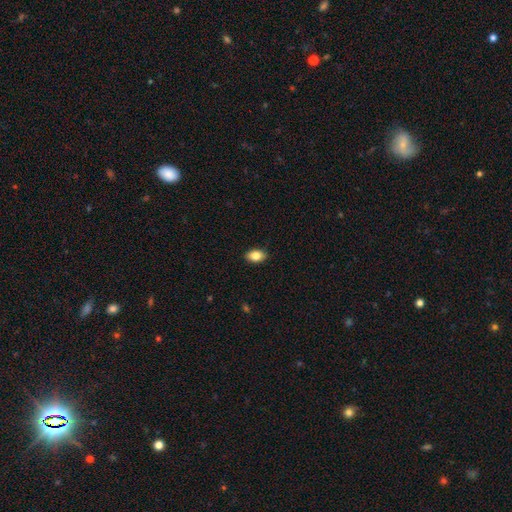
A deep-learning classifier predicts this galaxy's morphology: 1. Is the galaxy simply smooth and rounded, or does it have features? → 84% smooth, 8% featured or disk, 8% star or artifact.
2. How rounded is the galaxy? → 89% in between, 9% round, 2% cigar-shaped.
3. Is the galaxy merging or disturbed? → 89% none, 8% minor disturbance, 2% major disturbance, 1% merger.